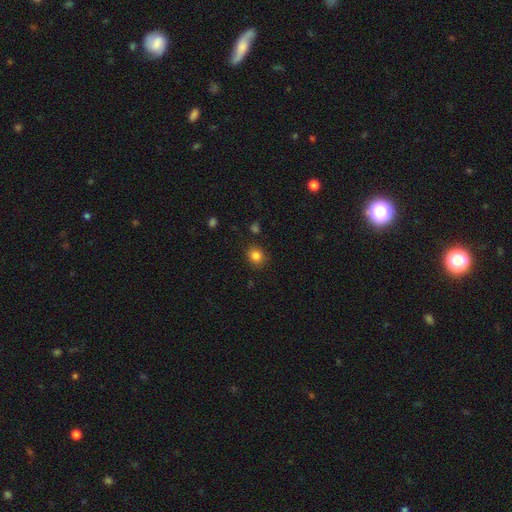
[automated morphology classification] The model was most divided on "how rounded": round: 78%, in between: 21%, cigar-shaped: 1%. More confident: merging — none (85%); smooth or featured — smooth (84%).